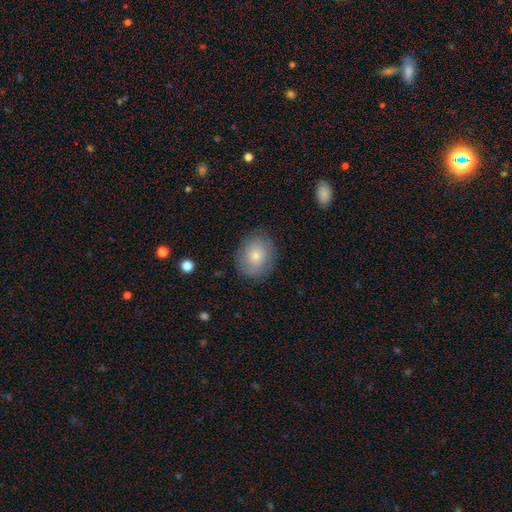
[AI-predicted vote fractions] Overall: smooth (66%). How rounded: round (68%; in between 31%). Merging: none (81%).